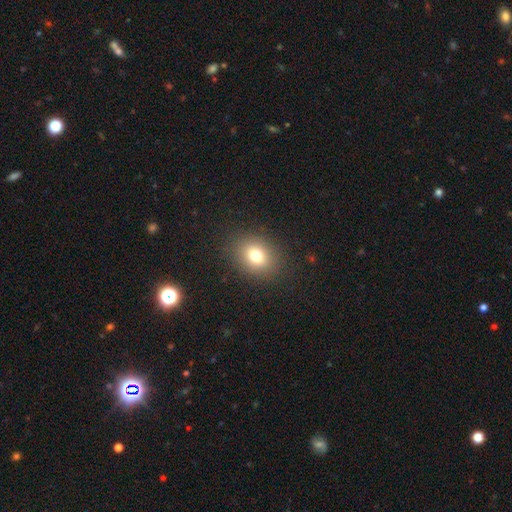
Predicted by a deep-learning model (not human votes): Smooth or featured? smooth (76%)
How rounded? round (52%)
Merging? none (88%)